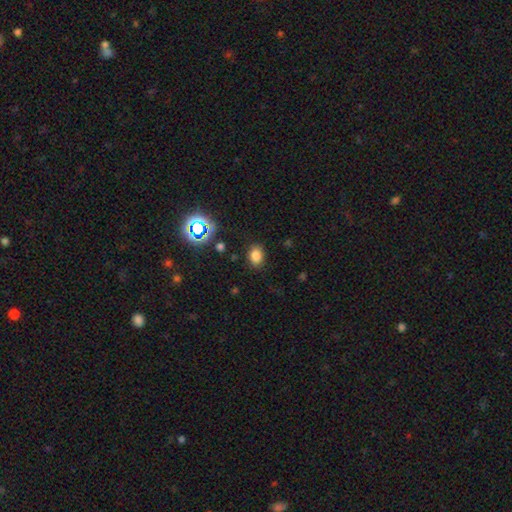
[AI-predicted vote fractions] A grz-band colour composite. It shows a smooth galaxy with no disk features (77%) that is in between round and cigar-shaped (69%). Merging: none (85%).